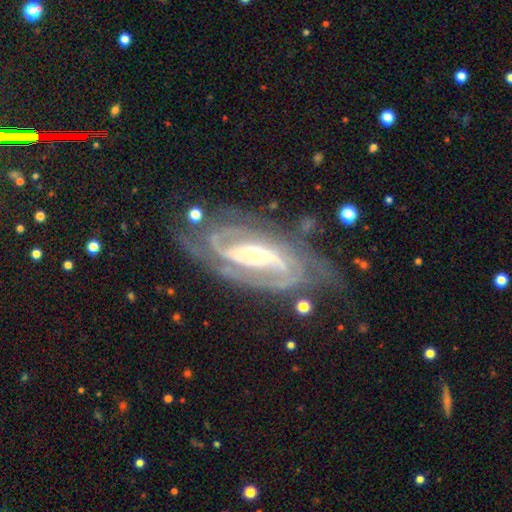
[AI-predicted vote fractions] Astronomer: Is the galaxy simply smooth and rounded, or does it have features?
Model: featured or disk — 91%.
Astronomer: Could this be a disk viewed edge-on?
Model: no — 95%.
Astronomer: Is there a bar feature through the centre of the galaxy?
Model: strong — 45% (runner-up: weak, 31%).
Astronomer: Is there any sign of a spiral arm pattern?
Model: yes — 98%.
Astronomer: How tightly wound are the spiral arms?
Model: tight — 53% (runner-up: medium, 38%).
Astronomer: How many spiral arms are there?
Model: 2 — 60%.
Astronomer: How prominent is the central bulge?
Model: small — 51% (runner-up: moderate, 42%).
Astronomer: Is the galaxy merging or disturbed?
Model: none — 67%.